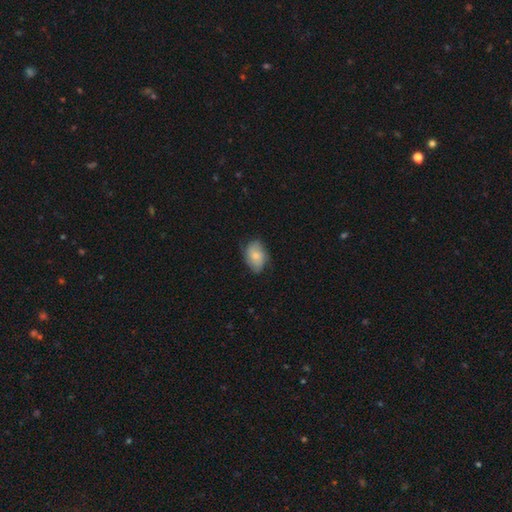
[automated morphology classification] smooth-or-featured: smooth: 72% | featured or disk: 21% | star or artifact: 7%
  how-rounded: in between: 83% | round: 16% | cigar-shaped: 1%
  merging: none: 70% | minor disturbance: 24% | major disturbance: 5% | merger: 1%